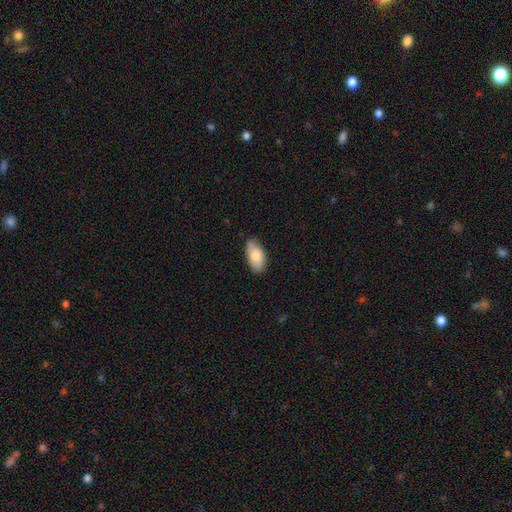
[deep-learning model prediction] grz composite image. It shows a smooth galaxy with no disk features (77%) that is in between round and cigar-shaped (94%). Merging: none (76%).